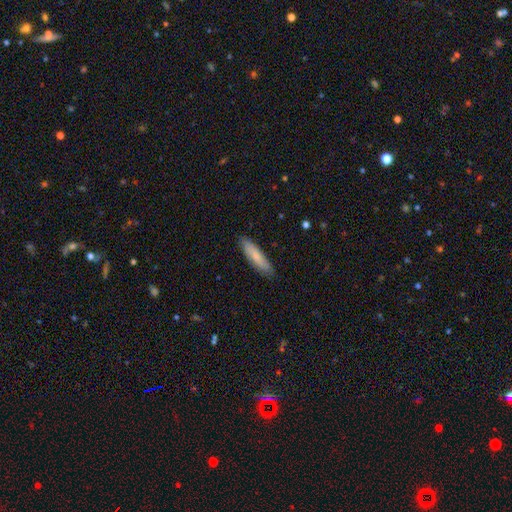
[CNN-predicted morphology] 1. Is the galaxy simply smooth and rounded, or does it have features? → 78% smooth, 16% featured or disk, 5% star or artifact.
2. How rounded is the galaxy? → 76% cigar-shaped, 22% in between, 1% round.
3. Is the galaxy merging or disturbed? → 88% none, 9% minor disturbance, 2% major disturbance, 1% merger.